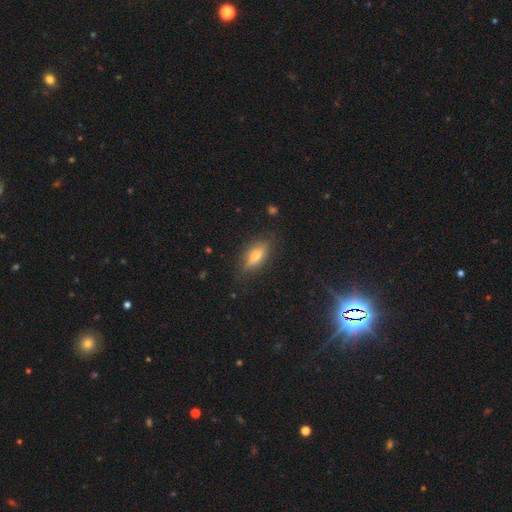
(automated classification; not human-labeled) Smooth or featured: smooth — 54% (featured or disk — 36%)
How rounded: in between — 69% (cigar-shaped — 26%)
Merging: none — 81% (minor disturbance — 14%)